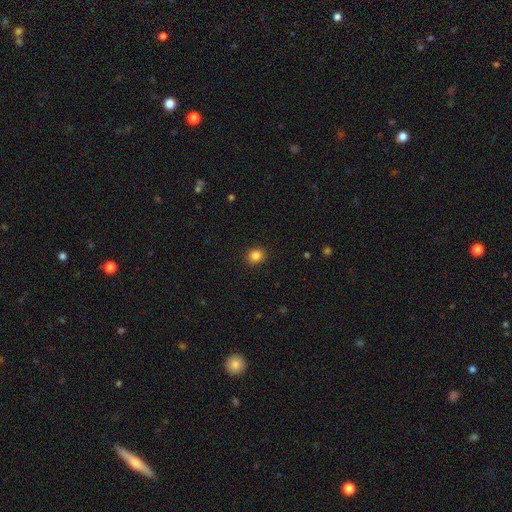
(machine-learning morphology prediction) smooth 85%, star or artifact 11%, featured or disk 4%. Down the decision tree: how rounded — round (78%); merging — none (91%).